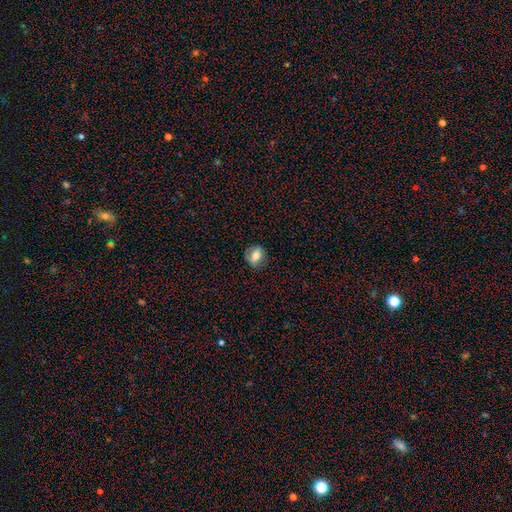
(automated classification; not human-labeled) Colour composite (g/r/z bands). It shows a smooth galaxy with no disk features (62%) that is round (58%). Merging: none (81%).